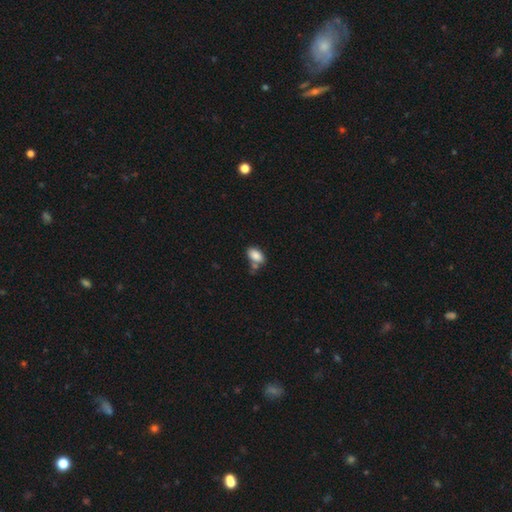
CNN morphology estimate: type=smooth (86%); roundness=in between (92%); merging=none (57%).